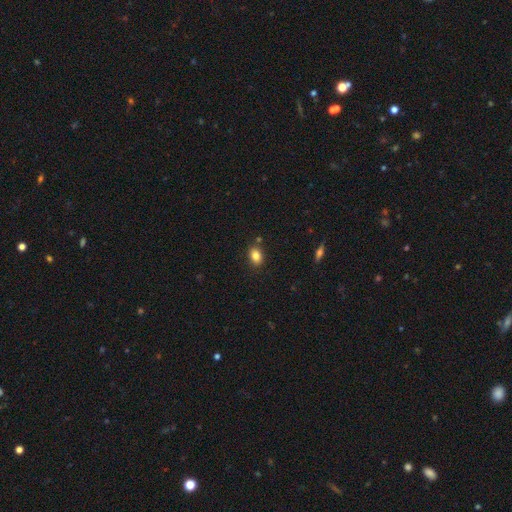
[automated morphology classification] smooth 83%, star or artifact 10%, featured or disk 7%. Down the decision tree: how rounded — in between (75%); merging — none (82%).